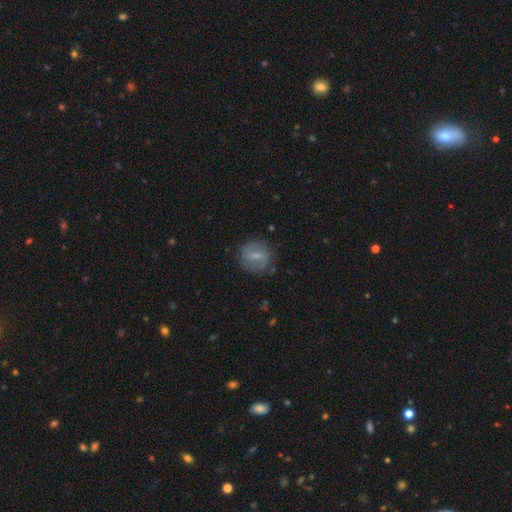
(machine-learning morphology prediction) type=smooth (51%); roundness=round (79%); merging=none (77%).